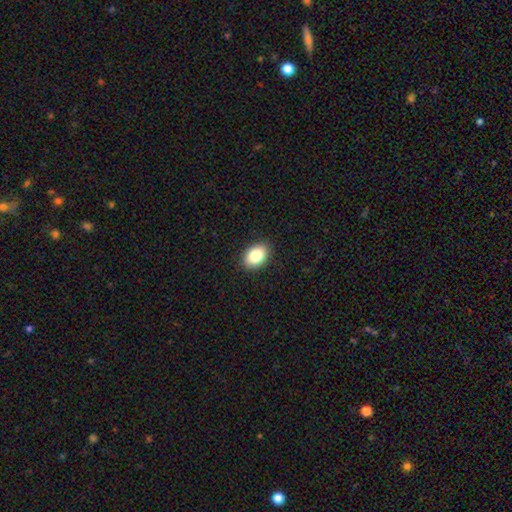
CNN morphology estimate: type=smooth (85%); roundness=in between (81%); merging=none (90%).